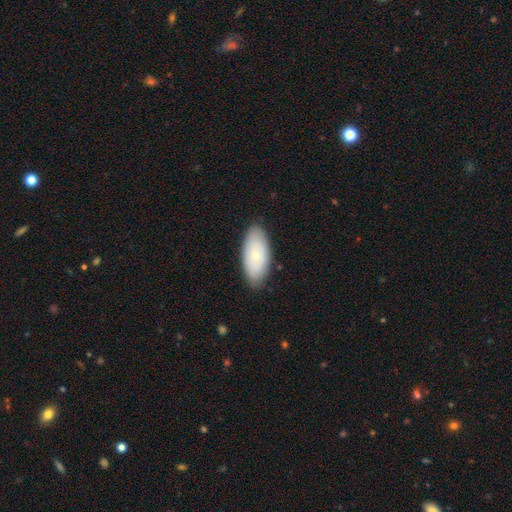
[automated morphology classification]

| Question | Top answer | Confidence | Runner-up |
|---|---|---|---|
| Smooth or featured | smooth | 66% | featured or disk (28%) |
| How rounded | in between | 92% | cigar-shaped (5%) |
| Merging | none | 85% | minor disturbance (12%) |